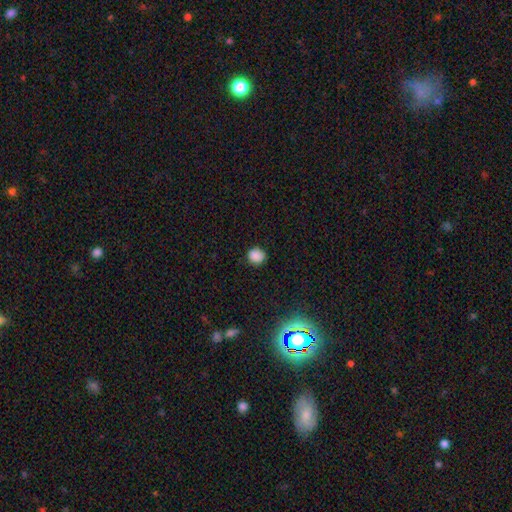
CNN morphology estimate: This is clearly a smooth galaxy (85%). How rounded: clearly round (85%). Merging: clearly none (85%).